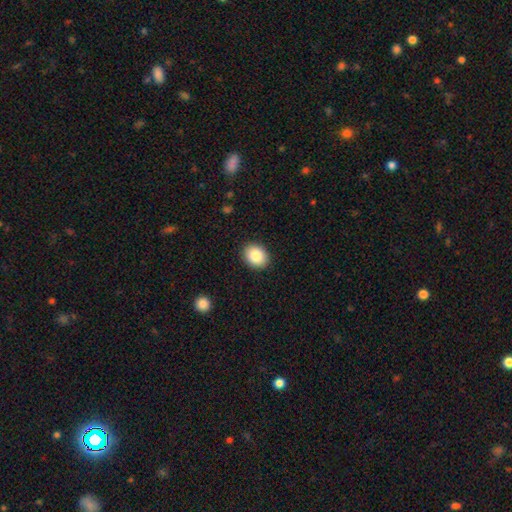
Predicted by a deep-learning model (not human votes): This is clearly a smooth galaxy (86%). How rounded: possibly in between (55%). Merging: clearly none (90%).